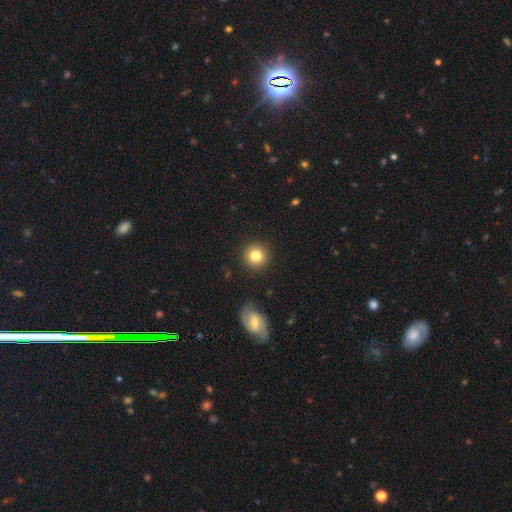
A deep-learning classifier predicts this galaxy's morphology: smooth-or-featured: smooth: 83% | star or artifact: 9% | featured or disk: 8%
  how-rounded: round: 93% | in between: 6% | cigar-shaped: 1%
  merging: none: 89% | minor disturbance: 6% | major disturbance: 2% | merger: 2%